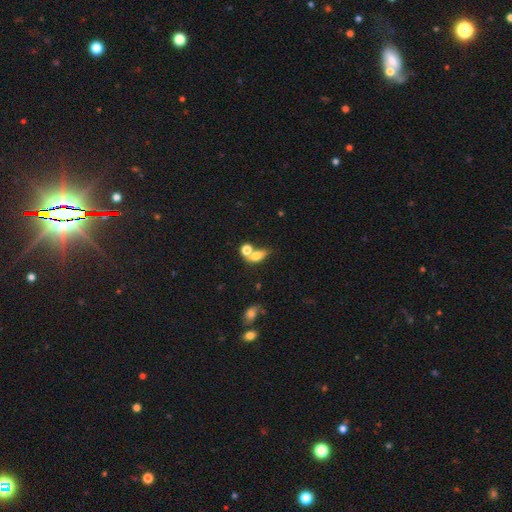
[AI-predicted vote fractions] Smooth or featured: smooth — 71% (featured or disk — 17%)
How rounded: in between — 68% (round — 26%)
Merging: merger — 48% (none — 30%)